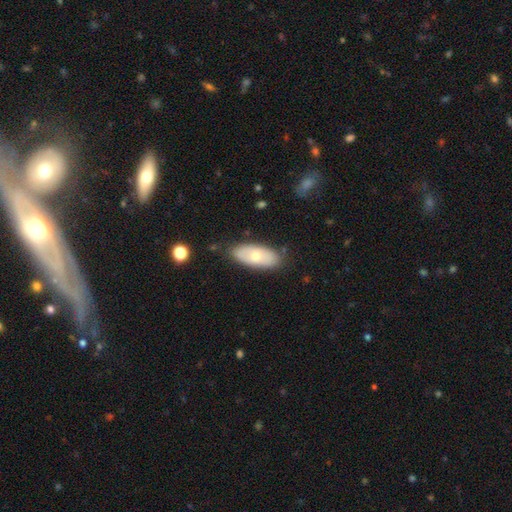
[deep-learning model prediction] This is likely a smooth galaxy (61%). How rounded: clearly in between (88%). Merging: clearly none (80%).